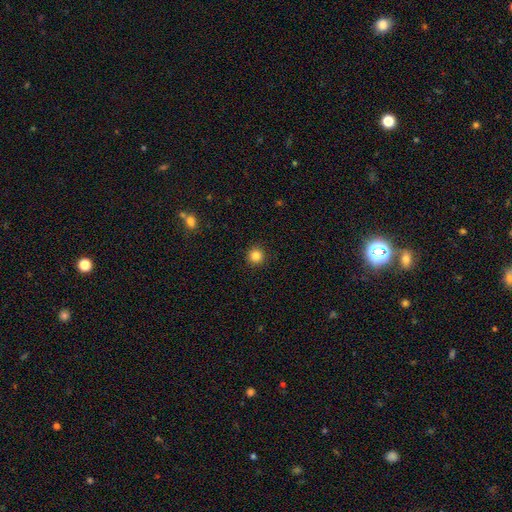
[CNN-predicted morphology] smooth 84%, star or artifact 12%, featured or disk 4%. Down the decision tree: how rounded — round (96%); merging — none (93%).